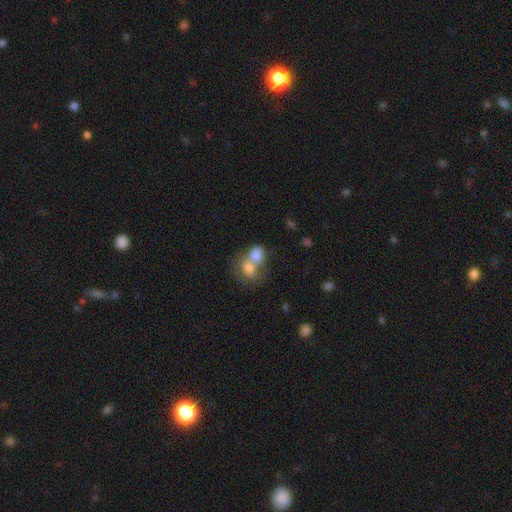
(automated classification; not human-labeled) The model was most divided on "how rounded": in between: 57%, round: 42%, cigar-shaped: 1%. More confident: smooth or featured — smooth (74%); merging — merger (72%).